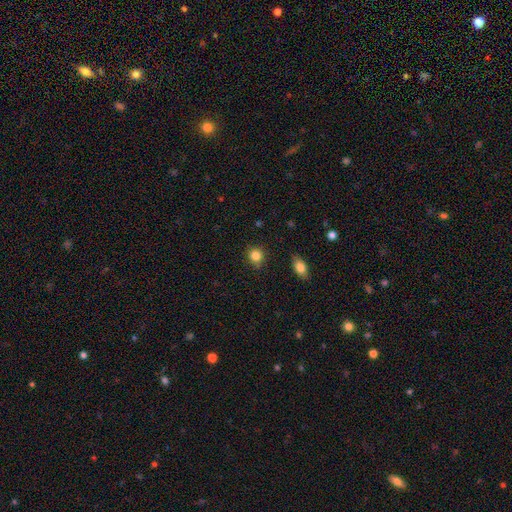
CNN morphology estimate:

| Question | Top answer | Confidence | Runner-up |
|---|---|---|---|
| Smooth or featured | smooth | 85% | star or artifact (10%) |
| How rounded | round | 87% | in between (12%) |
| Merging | none | 84% | minor disturbance (12%) |